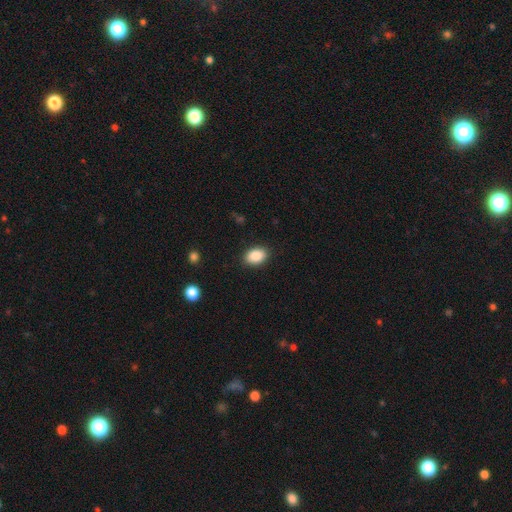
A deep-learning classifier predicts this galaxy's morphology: This is clearly a smooth galaxy (89%). How rounded: clearly in between (86%). Merging: clearly none (88%).